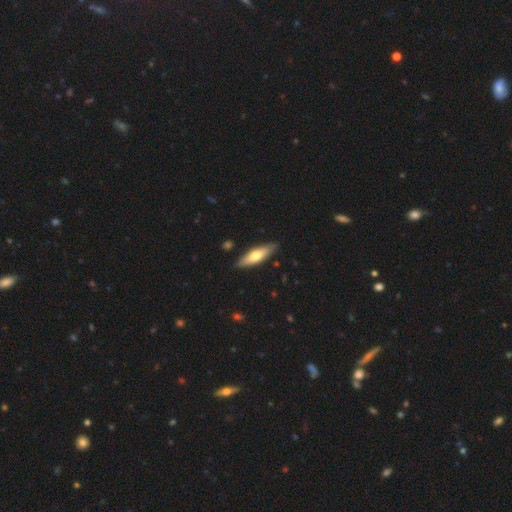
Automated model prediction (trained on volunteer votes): This is possibly a smooth galaxy (59%). How rounded: possibly cigar-shaped (58%). Merging: clearly none (86%).